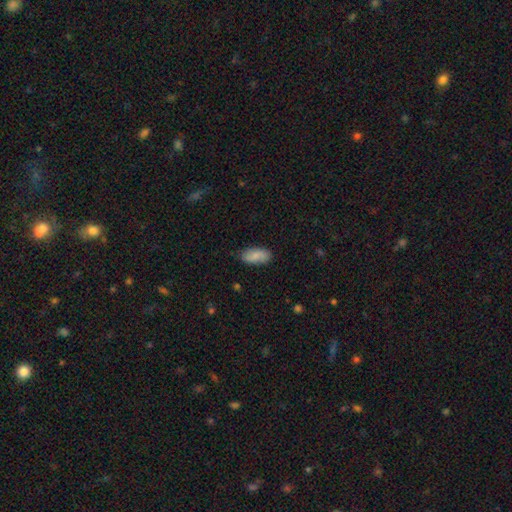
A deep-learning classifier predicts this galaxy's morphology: Smooth or featured?
  - smooth: 84% *
  - featured or disk: 10%
  - star or artifact: 6%
How rounded?
  - in between: 91% *
  - cigar-shaped: 7%
  - round: 2%
Merging?
  - none: 81% *
  - minor disturbance: 15%
  - major disturbance: 3%
  - merger: 1%